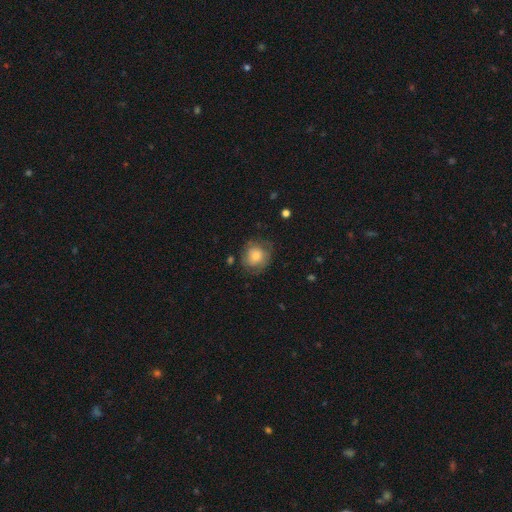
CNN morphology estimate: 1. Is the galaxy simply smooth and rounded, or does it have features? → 65% smooth, 27% featured or disk, 8% star or artifact.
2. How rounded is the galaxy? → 83% round, 16% in between, 1% cigar-shaped.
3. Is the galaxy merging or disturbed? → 67% none, 22% minor disturbance, 9% major disturbance, 2% merger.